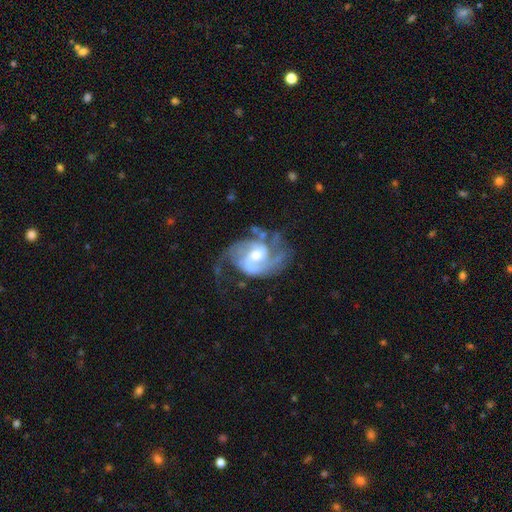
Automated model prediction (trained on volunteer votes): Q: Smooth or featured?
A: featured or disk (90%); runner-up: smooth (5%)
Q: Edge-on disk?
A: no (98%); runner-up: yes (2%)
Q: Bar?
A: weak (45%); runner-up: no (42%)
Q: Spiral arms?
A: yes (97%); runner-up: no (3%)
Q: Spiral winding?
A: medium (52%); runner-up: tight (28%)
Q: Spiral arm count?
A: 2 (64%); runner-up: 3 (17%)
Q: Bulge size?
A: moderate (63%); runner-up: small (24%)
Q: Merging?
A: none (48%); runner-up: major disturbance (26%)